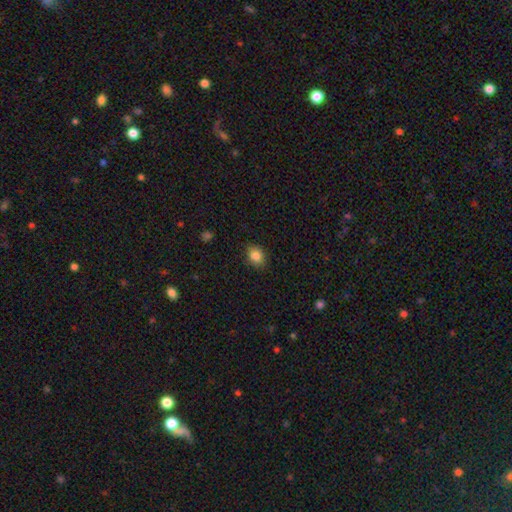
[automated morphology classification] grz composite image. It shows a smooth galaxy with no disk features (85%) that is round (51%). Merging: none (87%).